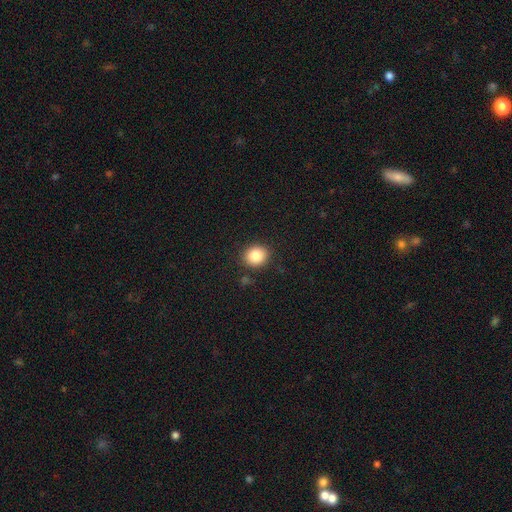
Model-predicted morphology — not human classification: A smooth galaxy with no disk features (83%) that is round (73%).

Vote fractions:
- Smooth or featured? smooth: 83% / star or artifact: 10% / featured or disk: 7%
- How rounded? round: 73% / in between: 26% / cigar-shaped: 1%
- Merging? none: 88% / minor disturbance: 8% / major disturbance: 2% / merger: 2%